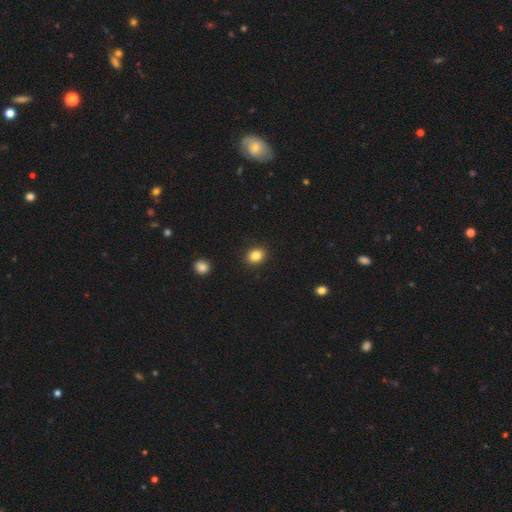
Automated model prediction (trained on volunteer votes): Smooth or featured? Predicted: smooth (p=0.85). How rounded? Predicted: round (p=0.54). Merging? Predicted: none (p=0.90).